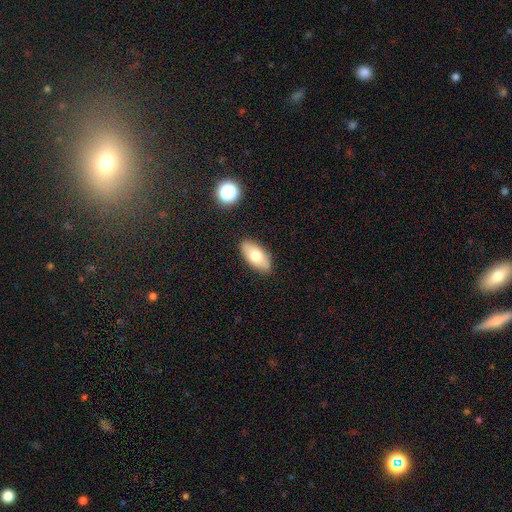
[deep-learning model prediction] A smooth galaxy with no disk features (71%) that is in between round and cigar-shaped (90%). Merging: none (85%).